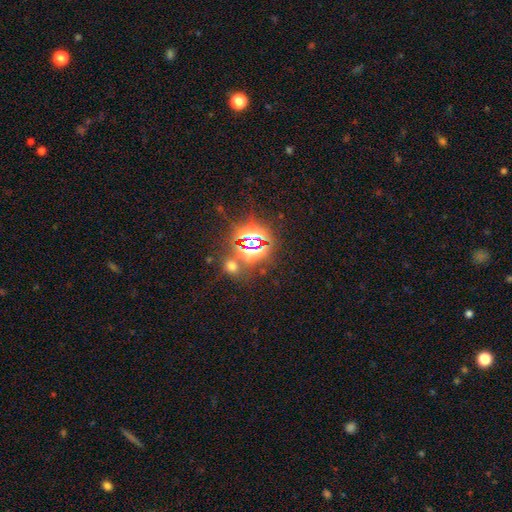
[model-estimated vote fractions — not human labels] A star or artifact, not a galaxy (81%).